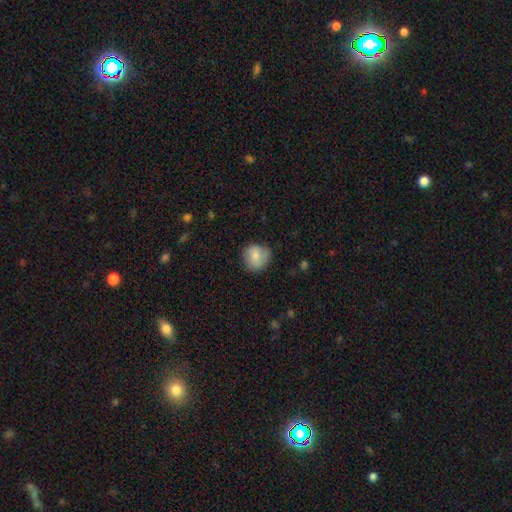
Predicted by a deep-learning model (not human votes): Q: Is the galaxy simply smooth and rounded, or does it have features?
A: smooth — 75%.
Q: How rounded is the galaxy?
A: round — 85%.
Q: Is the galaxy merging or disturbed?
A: none — 73%.